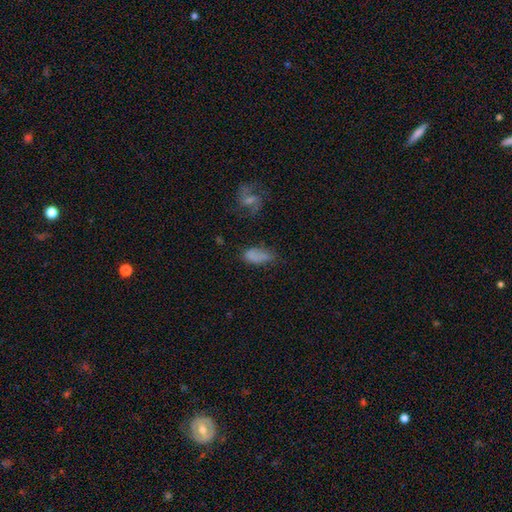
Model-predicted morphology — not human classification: smooth-or-featured: smooth: 73% | featured or disk: 16% | star or artifact: 11%
  how-rounded: in between: 85% | cigar-shaped: 10% | round: 5%
  merging: none: 49% | minor disturbance: 29% | major disturbance: 15% | merger: 7%